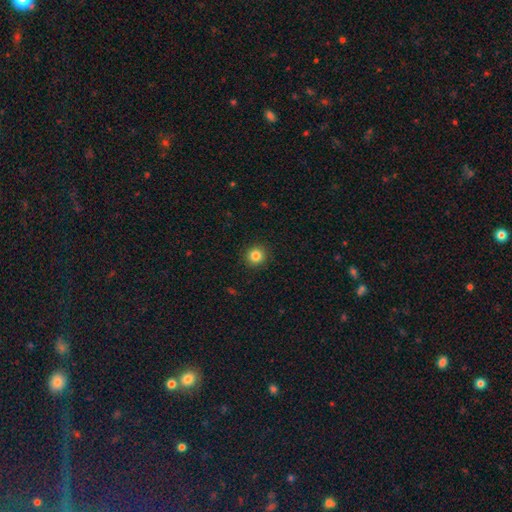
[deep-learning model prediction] Morphology: type=smooth (84%); roundness=round (94%); merging=none (92%).